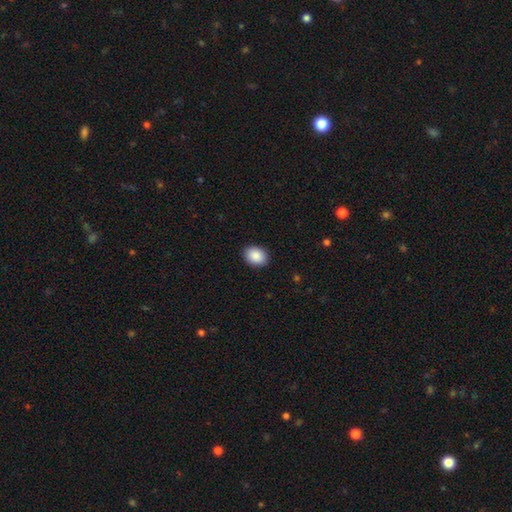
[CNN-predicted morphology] Smooth or featured? smooth (89%)
How rounded? in between (68%)
Merging? none (91%)